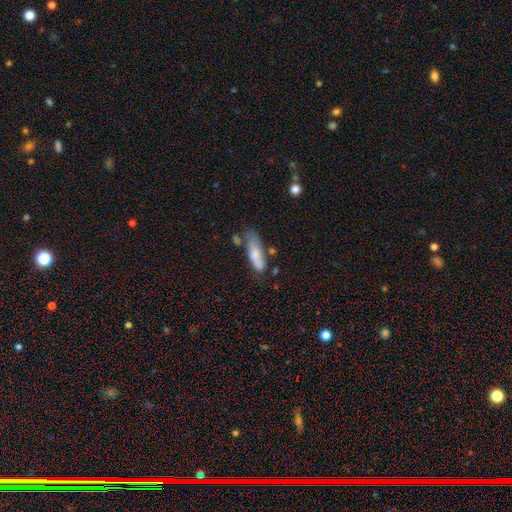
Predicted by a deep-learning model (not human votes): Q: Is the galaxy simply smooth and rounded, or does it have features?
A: smooth — 72%.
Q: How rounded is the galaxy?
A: in between — 51%.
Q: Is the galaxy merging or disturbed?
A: none — 43%.